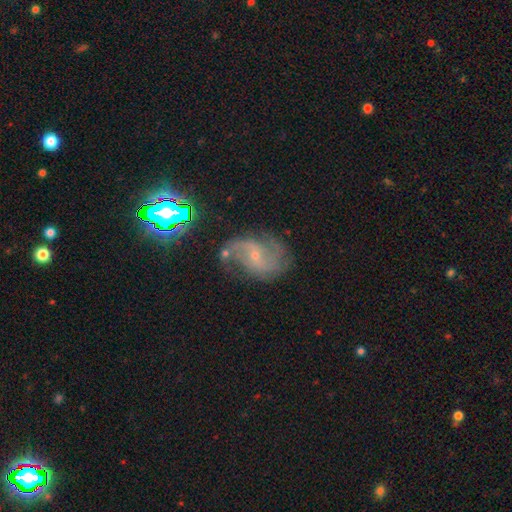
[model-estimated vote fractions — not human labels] A featured or disk galaxy (78%) with no bar (46%), 2 (68%) loose (43%) spiral arms (94%) and a small central bulge (77%). Merging: none (58%).